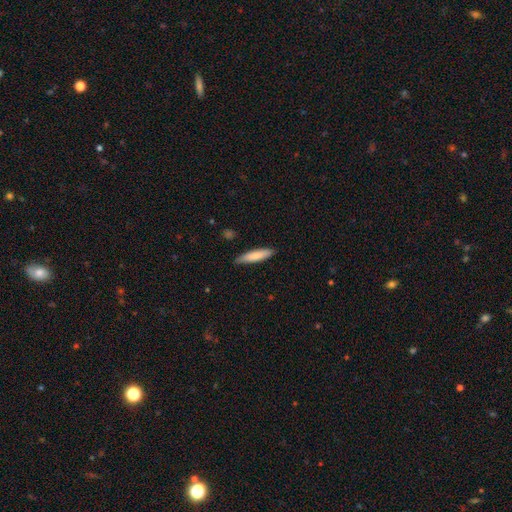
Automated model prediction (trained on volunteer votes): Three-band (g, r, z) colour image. It shows a smooth galaxy with no disk features (79%) that is cigar-shaped (79%). Merging: none (85%).